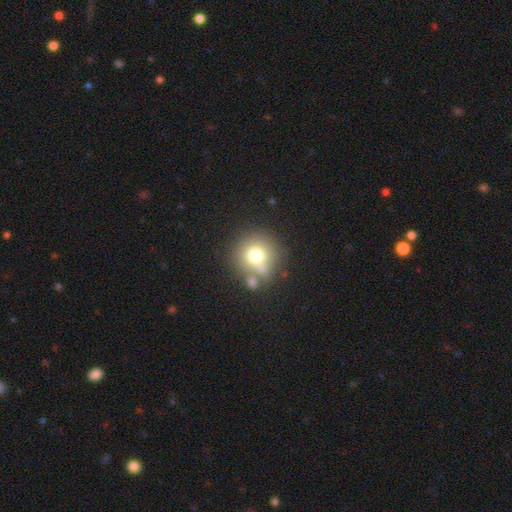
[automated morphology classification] This appears to be a smooth galaxy with no disk features (72%) that is round (91%). Merging: none (61%).